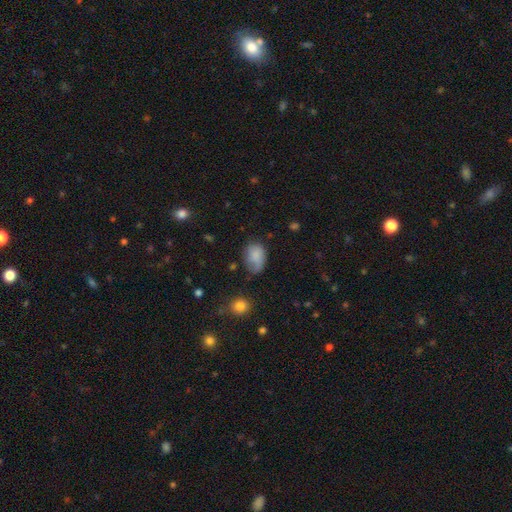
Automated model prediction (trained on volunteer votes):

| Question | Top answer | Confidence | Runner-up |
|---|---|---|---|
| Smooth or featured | smooth | 80% | featured or disk (11%) |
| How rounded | in between | 81% | round (18%) |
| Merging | none | 48% | minor disturbance (34%) |